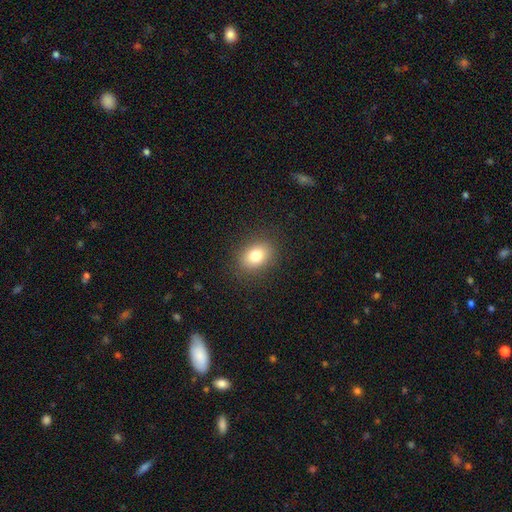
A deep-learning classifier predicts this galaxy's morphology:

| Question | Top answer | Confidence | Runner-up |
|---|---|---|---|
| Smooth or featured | smooth | 79% | star or artifact (11%) |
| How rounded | in between | 60% | round (39%) |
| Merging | none | 88% | minor disturbance (8%) |